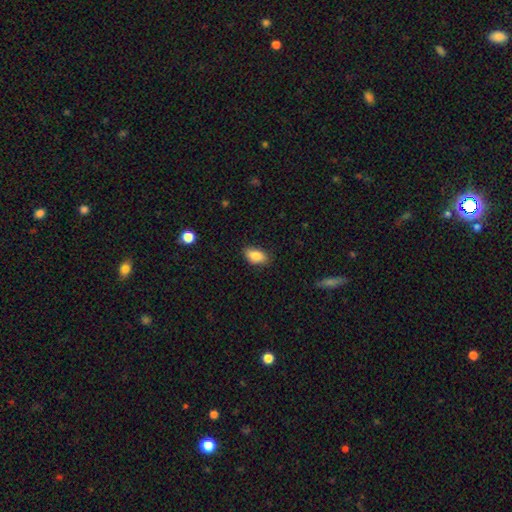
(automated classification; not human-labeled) smooth 87%, star or artifact 8%, featured or disk 5%. Down the decision tree: how rounded — in between (91%); merging — none (82%).